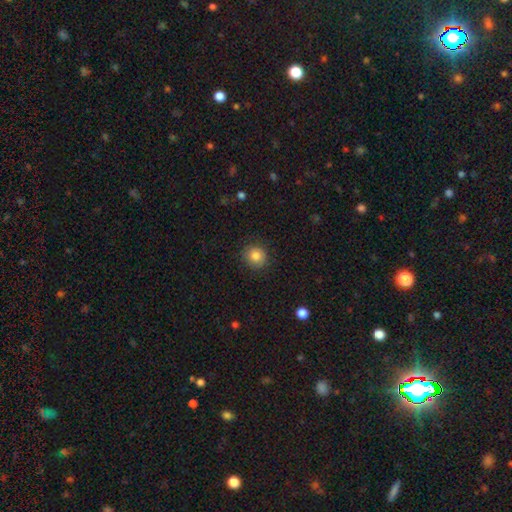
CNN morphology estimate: A smooth galaxy with no disk features (83%) that is round (89%). Merging: none (86%).